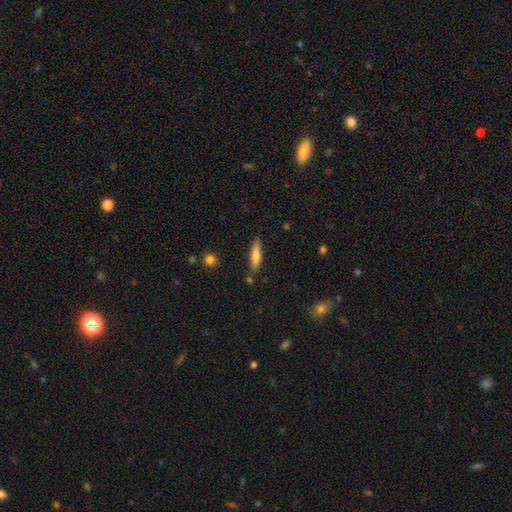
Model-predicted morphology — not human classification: The model was most divided on "smooth or featured": smooth: 67%, featured or disk: 26%, star or artifact: 6%. More confident: how rounded — cigar-shaped (80%); merging — none (78%).